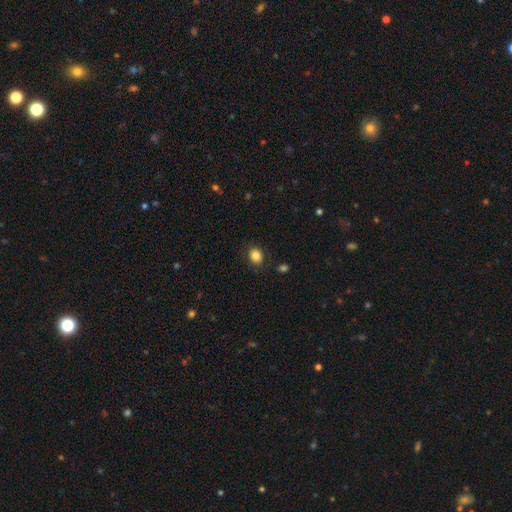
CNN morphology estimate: Smooth or featured? smooth (84%)
How rounded? round (59%)
Merging? none (85%)